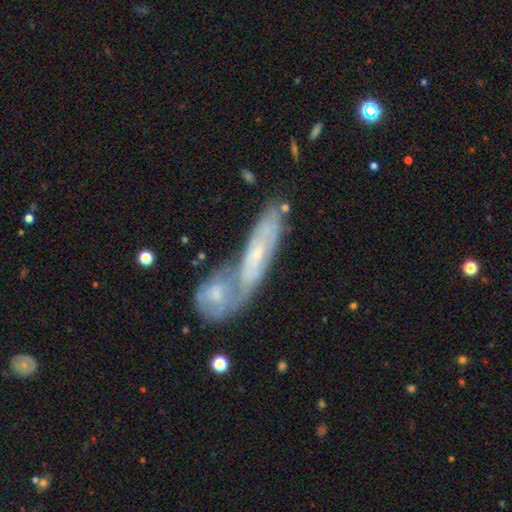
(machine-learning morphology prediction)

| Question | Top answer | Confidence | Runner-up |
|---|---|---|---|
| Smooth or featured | featured or disk | 59% | smooth (32%) |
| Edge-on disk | no | 66% | yes (34%) |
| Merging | merger | 52% | none (34%) |